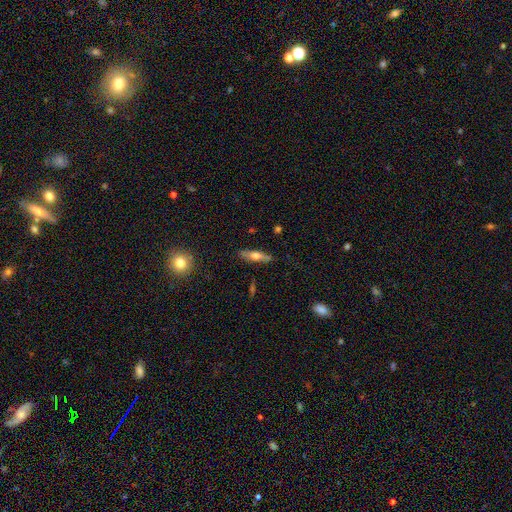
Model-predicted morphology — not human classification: smooth 53%, featured or disk 40%, star or artifact 7%. Down the decision tree: how rounded — cigar-shaped (65%); merging — none (82%).